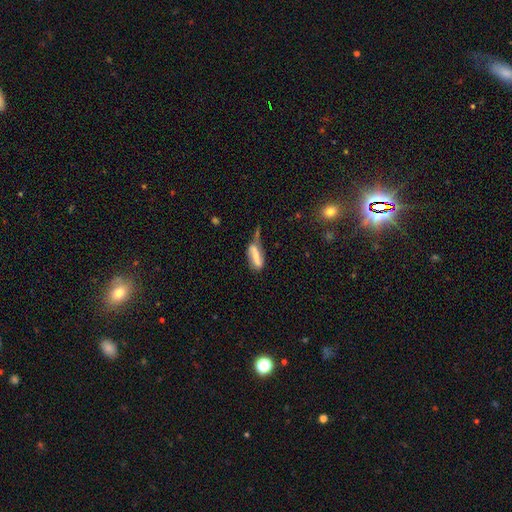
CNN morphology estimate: smooth_or_featured: smooth (p=0.47) [alt: featured or disk p=0.45]
merging: minor disturbance (p=0.34) [alt: none p=0.30]